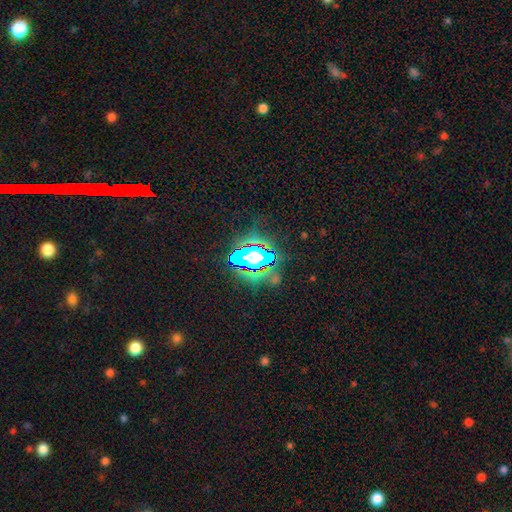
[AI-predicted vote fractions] This appears to be a star or artifact, not a galaxy (81%).